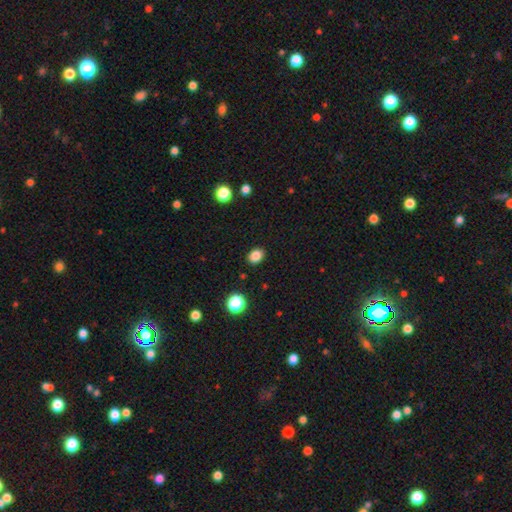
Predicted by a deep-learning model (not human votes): Smooth or featured: smooth — 85% (star or artifact — 11%)
How rounded: in between — 62% (round — 37%)
Merging: none — 89% (minor disturbance — 7%)